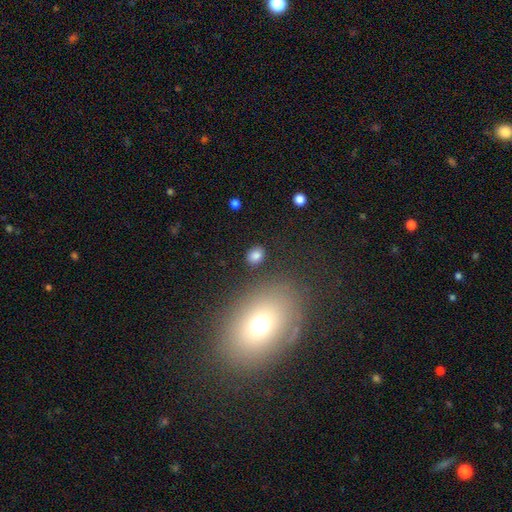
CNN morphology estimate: Overall: smooth (82%). How rounded: in between (57%; round 42%). Merging: none (86%).